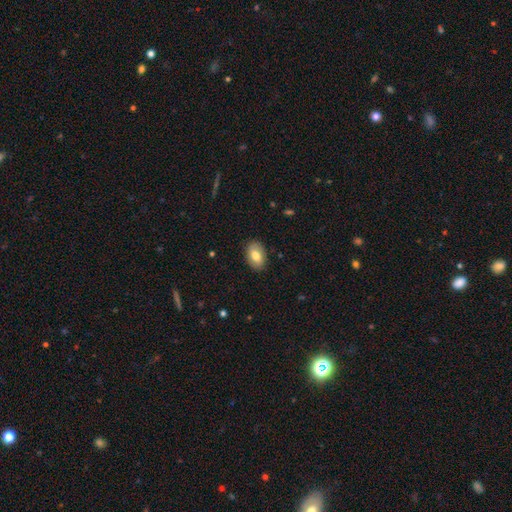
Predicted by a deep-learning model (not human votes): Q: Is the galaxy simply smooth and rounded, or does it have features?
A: smooth — 75%.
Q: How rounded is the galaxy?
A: in between — 89%.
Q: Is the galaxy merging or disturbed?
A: none — 86%.